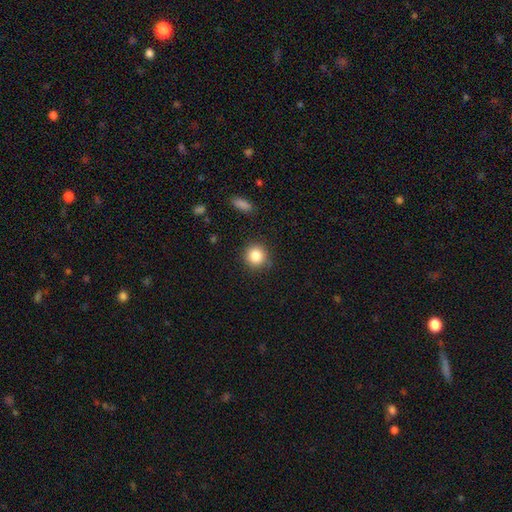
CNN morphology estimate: A smooth galaxy with no disk features (85%) that is round (91%).

Vote fractions:
- Smooth or featured? smooth: 85% / star or artifact: 10% / featured or disk: 5%
- How rounded? round: 91% / in between: 8% / cigar-shaped: 1%
- Merging? none: 88% / minor disturbance: 8% / major disturbance: 2% / merger: 1%